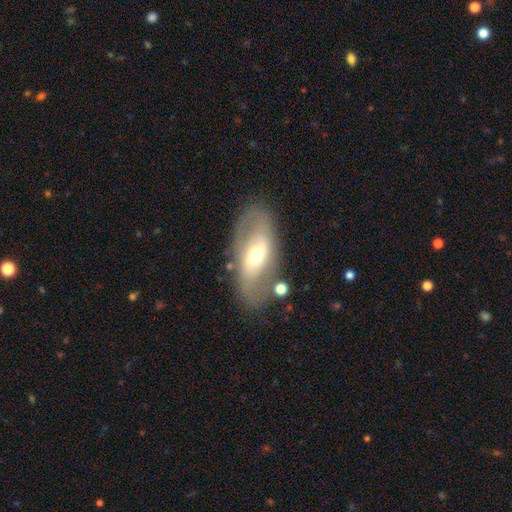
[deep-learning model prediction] The model was most divided on "bar": weak: 37%, strong: 33%, no: 30%. More confident: edge-on disk — no (86%); merging — none (73%); smooth or featured — featured or disk (60%); spiral arms — no (56%); bulge size — moderate (55%).